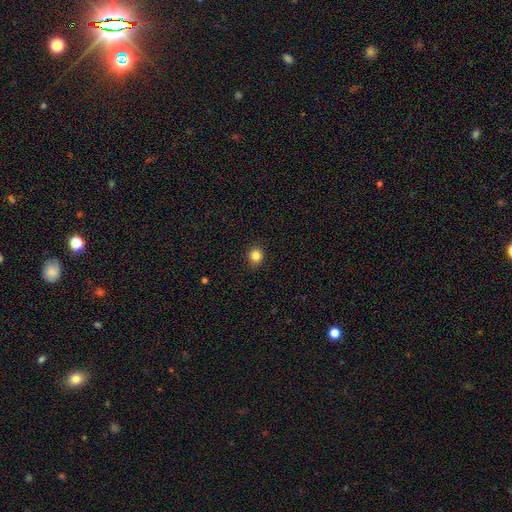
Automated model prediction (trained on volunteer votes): A smooth galaxy with no disk features (83%) that is round (81%).

Vote fractions:
- Smooth or featured? smooth: 83% / star or artifact: 12% / featured or disk: 5%
- How rounded? round: 81% / in between: 18% / cigar-shaped: 1%
- Merging? none: 90% / minor disturbance: 7% / major disturbance: 2% / merger: 1%